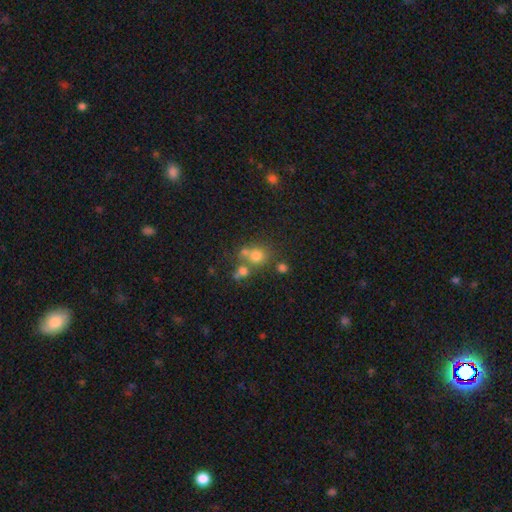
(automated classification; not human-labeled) smooth-or-featured: smooth: 69% | star or artifact: 17% | featured or disk: 14%
  how-rounded: round: 75% | in between: 23% | cigar-shaped: 1%
  merging: none: 46% | merger: 38% | minor disturbance: 10% | major disturbance: 6%